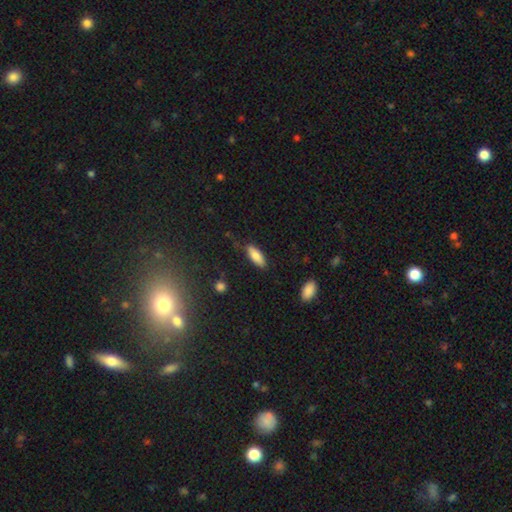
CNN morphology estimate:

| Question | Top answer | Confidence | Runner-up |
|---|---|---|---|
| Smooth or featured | smooth | 84% | featured or disk (9%) |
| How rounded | in between | 73% | cigar-shaped (25%) |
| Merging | none | 81% | minor disturbance (14%) |